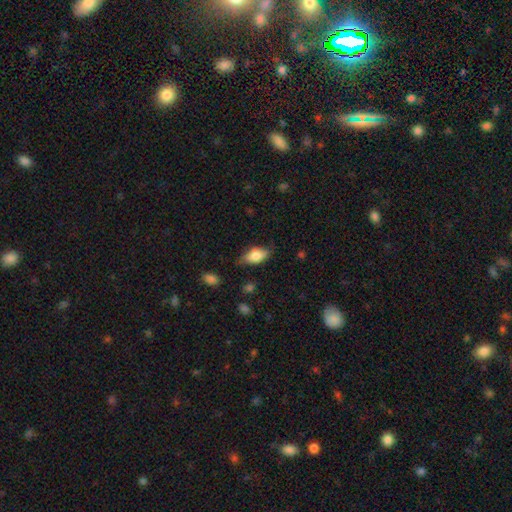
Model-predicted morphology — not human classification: The model was most divided on "merging": none: 70%, minor disturbance: 24%, major disturbance: 5%, merger: 2%. More confident: how rounded — in between (88%); smooth or featured — smooth (74%).